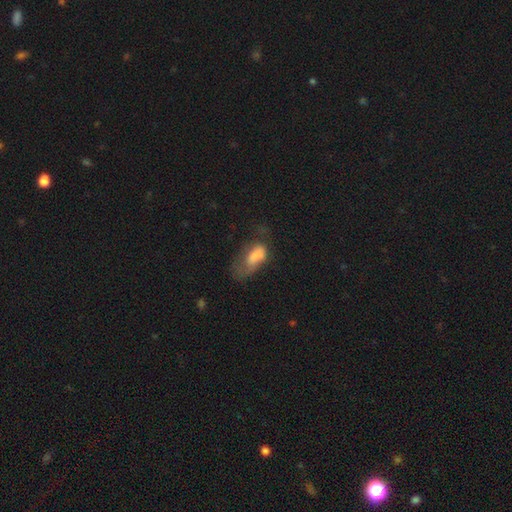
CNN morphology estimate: A smooth galaxy with no disk features (67%) that is in between round and cigar-shaped (88%). Merging: major disturbance (52%).